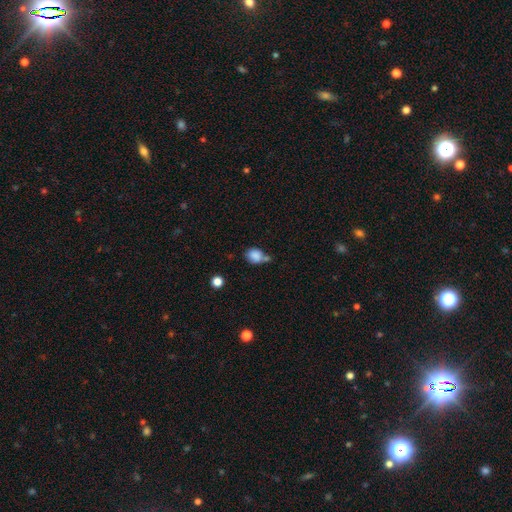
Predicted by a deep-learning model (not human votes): Smooth or featured? Predicted: smooth (p=0.83). How rounded? Predicted: round (p=0.62). Merging? Predicted: none (p=0.43).